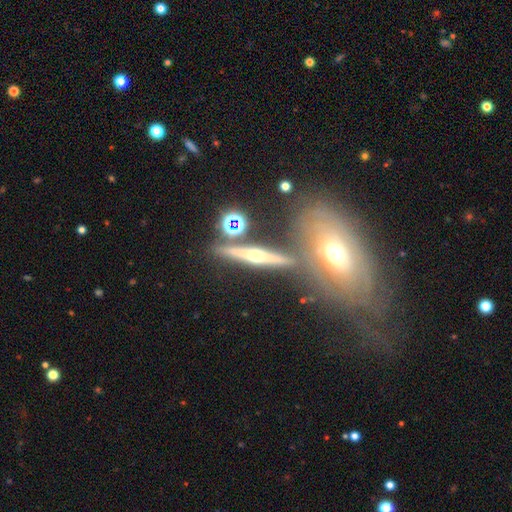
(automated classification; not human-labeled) Smooth or featured? Predicted: featured or disk (p=0.69). Edge-on disk? Predicted: yes (p=0.92). Edge-on bulge? Predicted: rounded (p=0.92). Merging? Predicted: none (p=0.72).